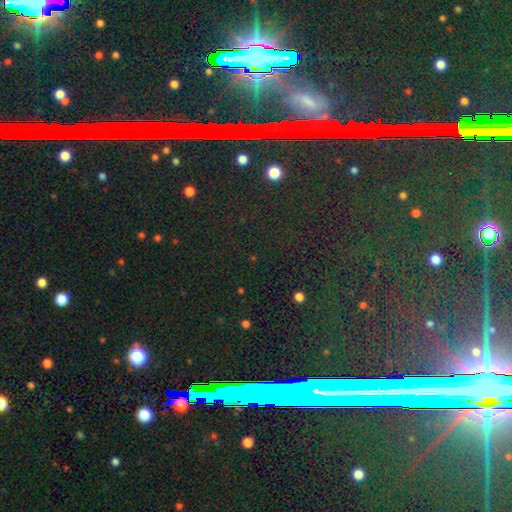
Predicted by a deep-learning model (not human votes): Smooth or featured? Predicted: star or artifact (p=0.82).